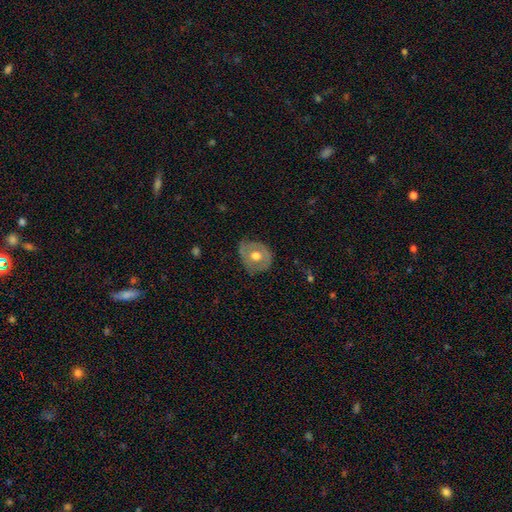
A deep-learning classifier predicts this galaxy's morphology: Smooth or featured? featured or disk (47%)
Merging? none (69%)